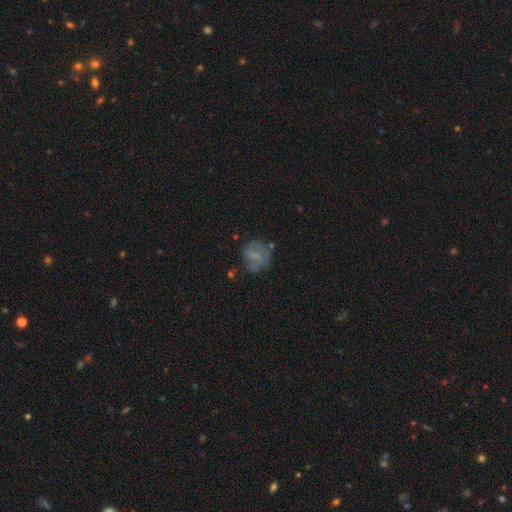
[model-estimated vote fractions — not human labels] Smooth or featured?
  - smooth: 46% *
  - featured or disk: 43%
  - star or artifact: 10%
Merging?
  - none: 56% *
  - minor disturbance: 24%
  - major disturbance: 15%
  - merger: 5%